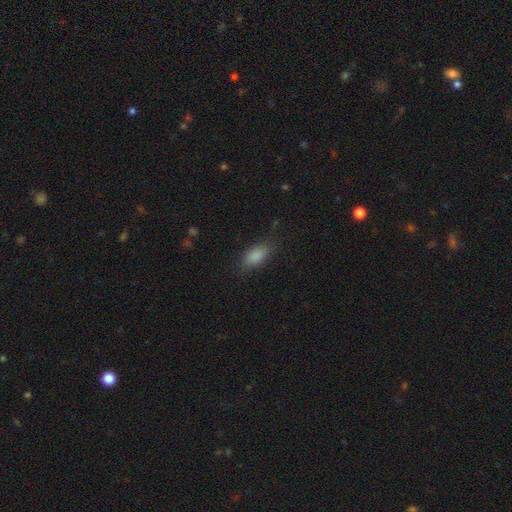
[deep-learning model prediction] This is clearly a smooth galaxy (86%). How rounded: clearly in between (87%). Merging: likely none (79%).